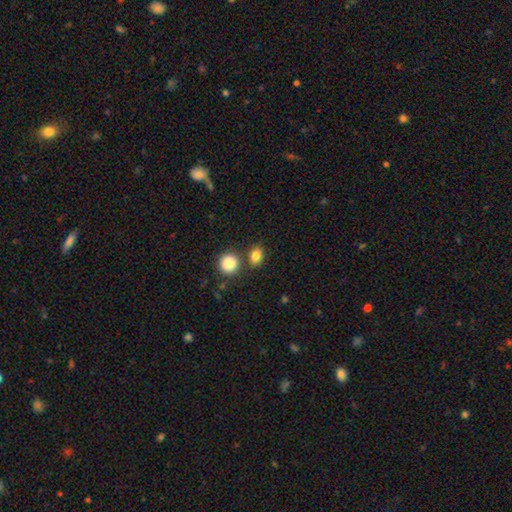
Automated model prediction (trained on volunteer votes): This appears to be a smooth galaxy with no disk features (84%) that is in between round and cigar-shaped (61%). Merging: none (72%).